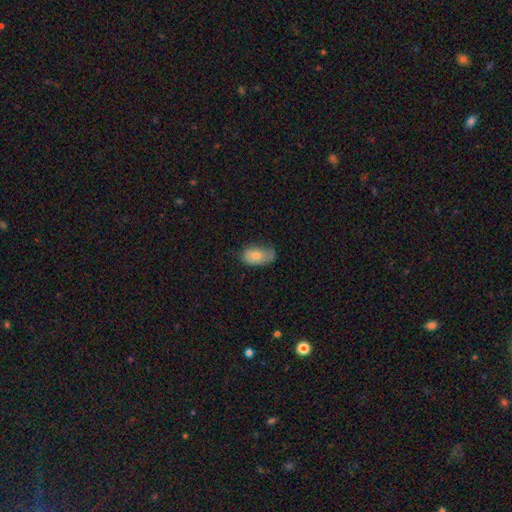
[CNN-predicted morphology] Smooth or featured? Predicted: smooth (p=0.76). How rounded? Predicted: in between (p=0.93). Merging? Predicted: none (p=0.44).